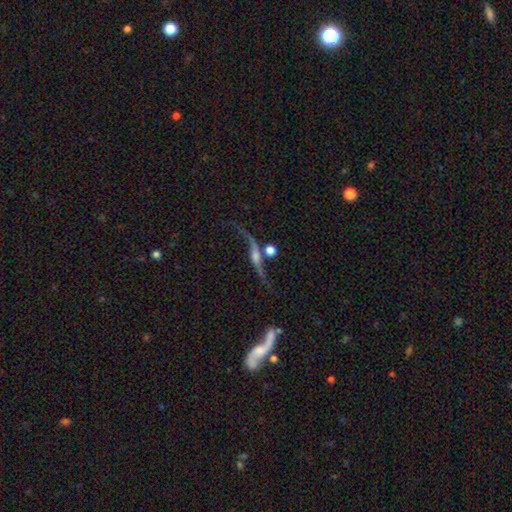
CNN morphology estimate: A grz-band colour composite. It shows a featured or disk galaxy (82%) with no bar (51%), 2 (90%) loose (93%) spiral arms (90%) and a moderate central bulge (35%). Merging: none (51%).